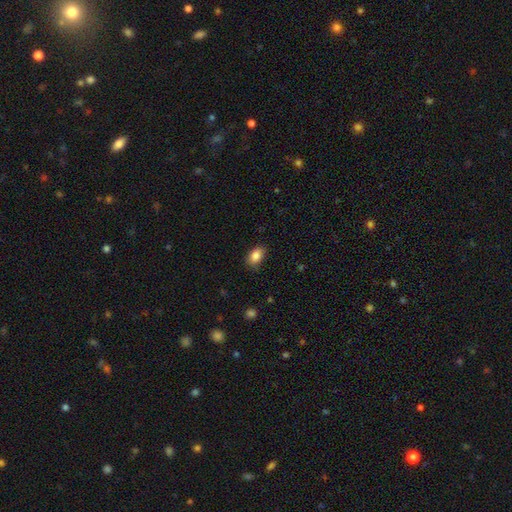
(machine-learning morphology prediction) Smooth or featured: smooth — 86% (star or artifact — 8%)
How rounded: in between — 87% (round — 12%)
Merging: none — 83% (minor disturbance — 13%)